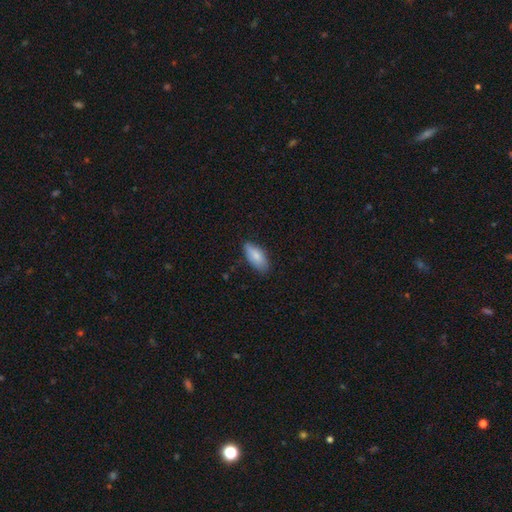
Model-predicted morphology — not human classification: smooth-or-featured: smooth: 81% | featured or disk: 13% | star or artifact: 6%
  how-rounded: in between: 87% | cigar-shaped: 11% | round: 2%
  merging: none: 76% | minor disturbance: 20% | major disturbance: 3% | merger: 1%